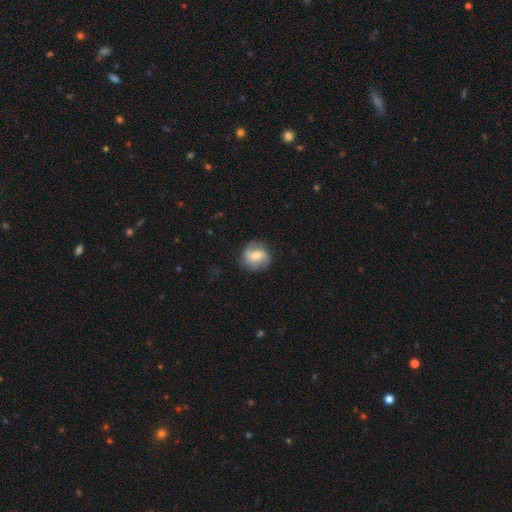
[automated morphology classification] Q: Smooth or featured?
A: featured or disk (48%); runner-up: smooth (44%)
Q: Merging?
A: none (78%); runner-up: minor disturbance (15%)